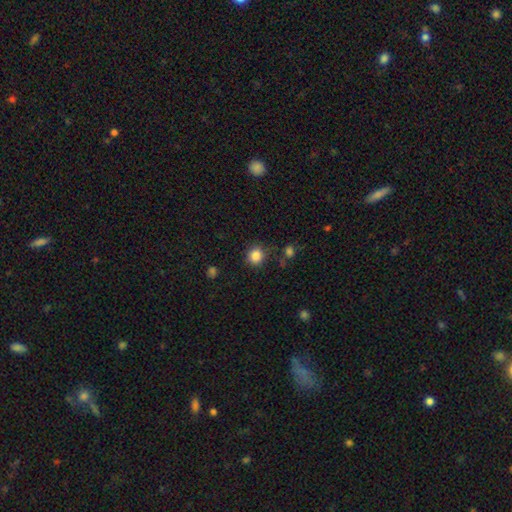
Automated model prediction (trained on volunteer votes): The model was most divided on "how rounded": round: 84%, in between: 15%, cigar-shaped: 1%. More confident: smooth or featured — smooth (85%); merging — none (83%).